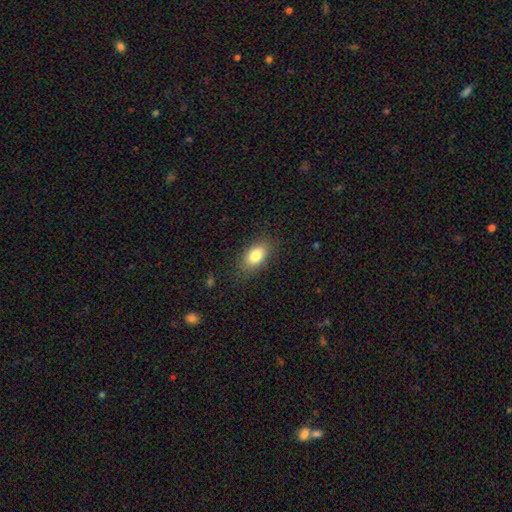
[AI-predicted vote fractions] This is clearly a smooth galaxy (81%). How rounded: clearly in between (88%). Merging: clearly none (83%).